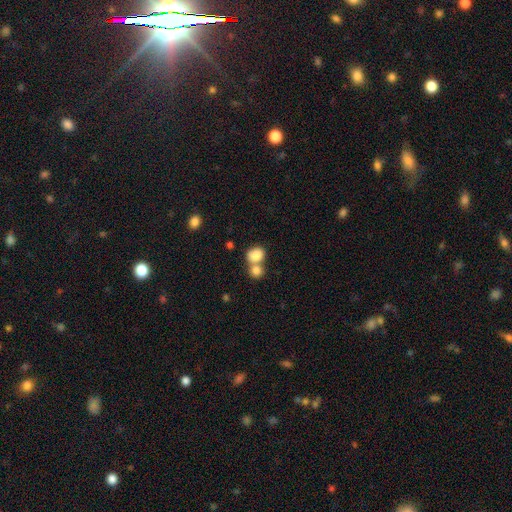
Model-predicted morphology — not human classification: This appears to be a smooth galaxy with no disk features (83%) that is round (57%). Merging: merger (57%).